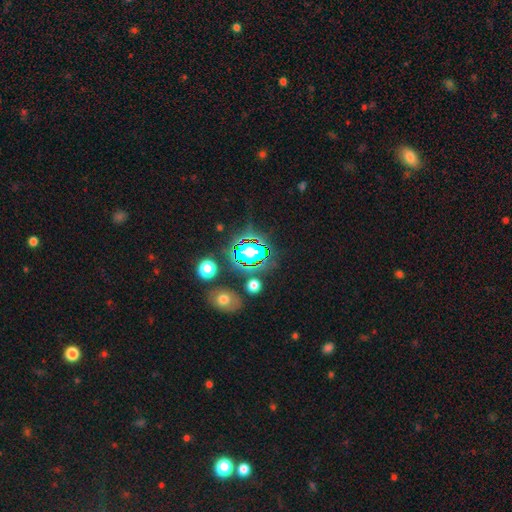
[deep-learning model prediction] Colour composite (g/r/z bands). It shows a star or artifact, not a galaxy (73%).